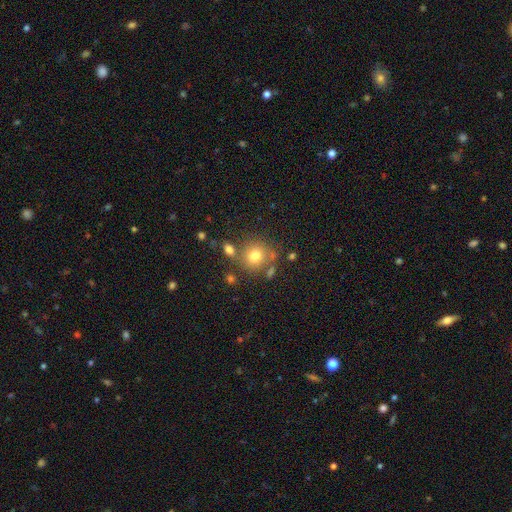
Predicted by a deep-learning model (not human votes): This appears to be a smooth galaxy with no disk features (74%) that is round (88%). Merging: none (69%).